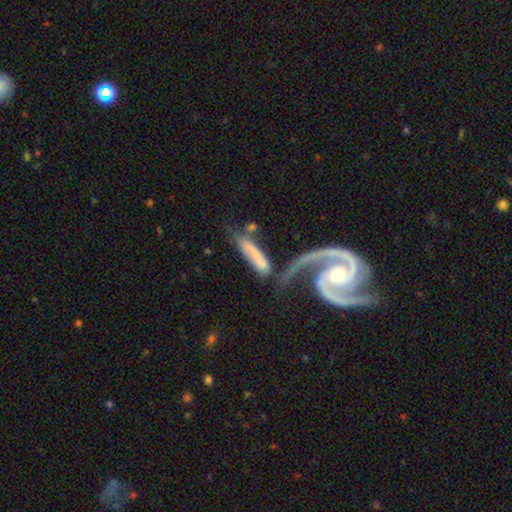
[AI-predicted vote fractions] This appears to be a featured or disk galaxy (48%). Merging: none (36%).